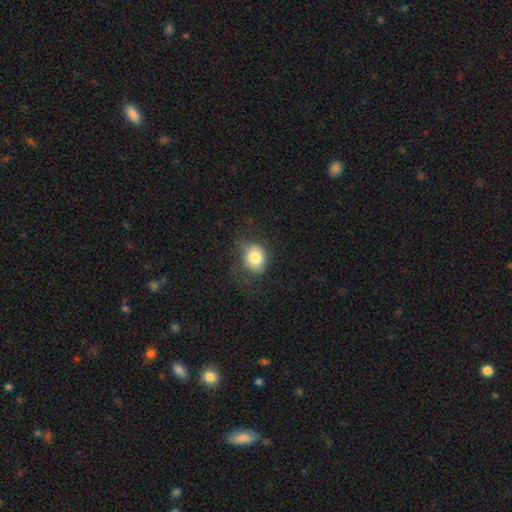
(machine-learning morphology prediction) Smooth or featured?
  - smooth: 80% *
  - featured or disk: 11%
  - star or artifact: 9%
How rounded?
  - round: 59% *
  - in between: 40%
  - cigar-shaped: 1%
Merging?
  - none: 55% *
  - minor disturbance: 28%
  - major disturbance: 15%
  - merger: 2%